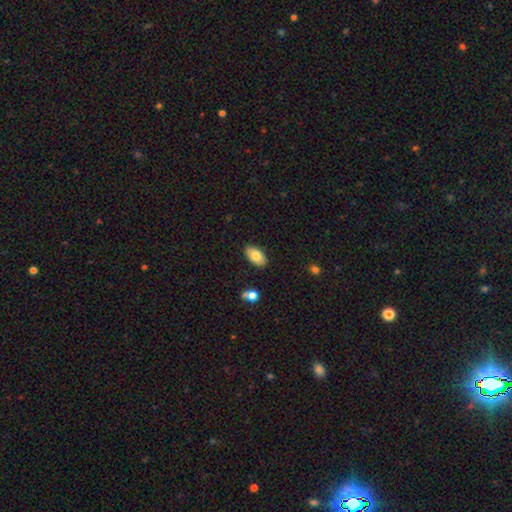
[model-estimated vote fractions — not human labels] smooth-or-featured: smooth: 79% | featured or disk: 13% | star or artifact: 7%
  how-rounded: in between: 94% | round: 4% | cigar-shaped: 2%
  merging: none: 87% | minor disturbance: 9% | major disturbance: 2% | merger: 2%